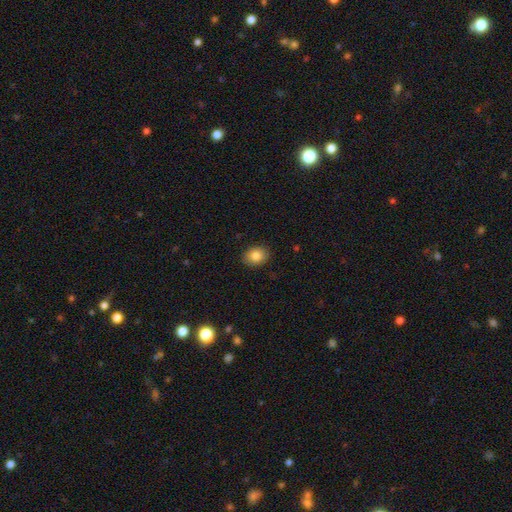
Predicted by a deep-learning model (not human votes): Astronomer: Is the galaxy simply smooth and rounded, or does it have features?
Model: smooth — 84%.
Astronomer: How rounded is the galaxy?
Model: in between — 51% (runner-up: round, 48%).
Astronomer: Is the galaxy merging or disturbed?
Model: none — 90%.